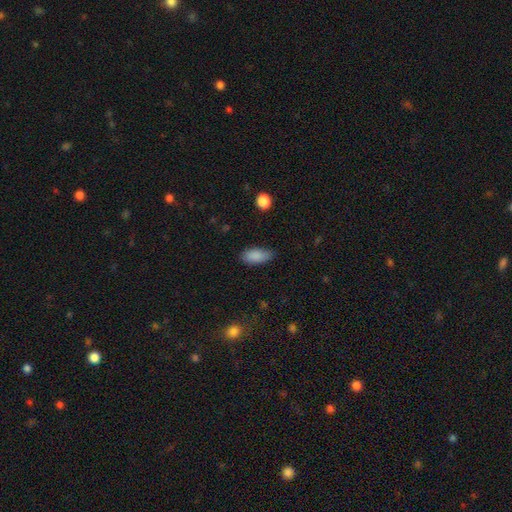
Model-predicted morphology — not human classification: smooth-or-featured: smooth: 87% | star or artifact: 7% | featured or disk: 5%
  how-rounded: in between: 88% | cigar-shaped: 9% | round: 3%
  merging: none: 75% | minor disturbance: 20% | major disturbance: 4% | merger: 1%